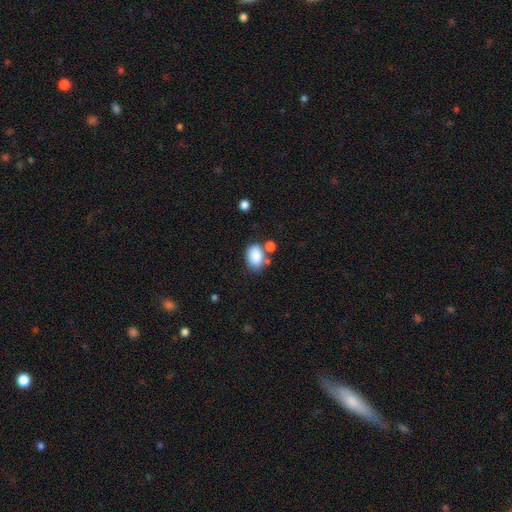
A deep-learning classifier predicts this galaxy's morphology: Overall: smooth (87%). How rounded: in between (82%). Merging: none (63%).